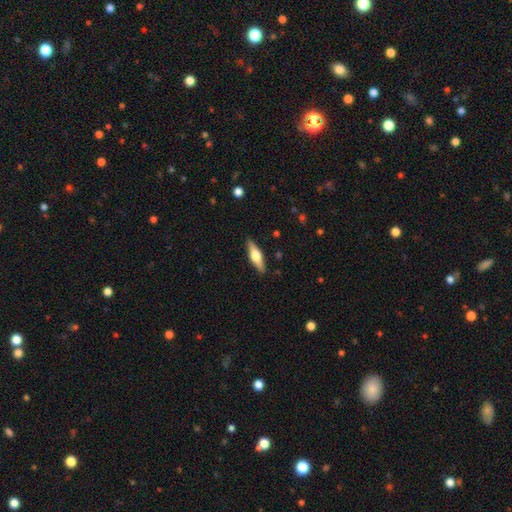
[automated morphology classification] smooth-or-featured: featured or disk: 54% | smooth: 41% | star or artifact: 6%
  disk-edge-on: yes: 95% | no: 5%
    edge-on-bulge: rounded: 92% | boxy: 6% | none: 2%
  merging: none: 89% | minor disturbance: 8% | major disturbance: 2% | merger: 1%